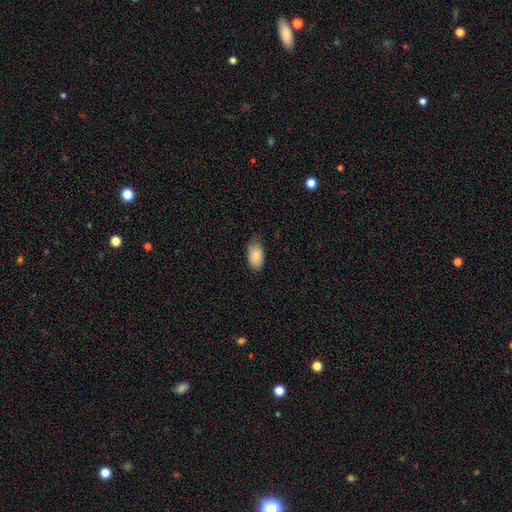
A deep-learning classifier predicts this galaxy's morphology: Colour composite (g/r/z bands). It shows a smooth galaxy with no disk features (82%) that is in between round and cigar-shaped (93%). Merging: none (66%).